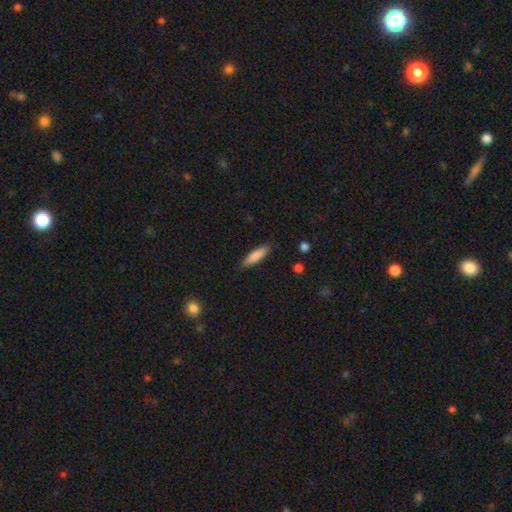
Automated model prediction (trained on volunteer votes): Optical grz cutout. It shows a smooth galaxy with no disk features (82%) that is cigar-shaped (69%). Merging: none (86%).